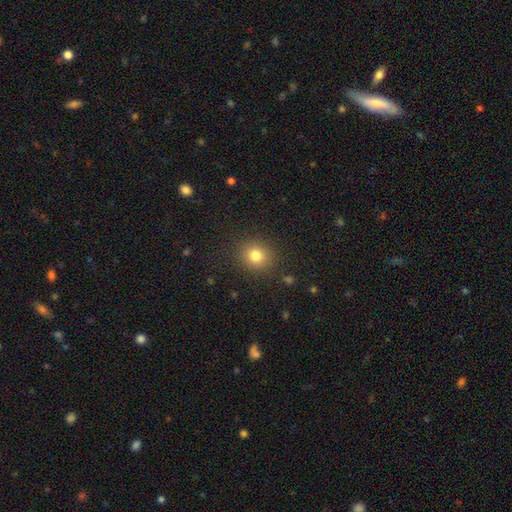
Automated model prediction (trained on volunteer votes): Morphology: type=smooth (80%); roundness=round (84%); merging=none (89%).